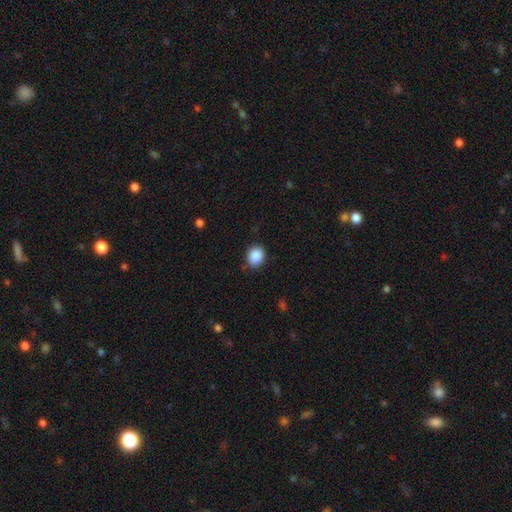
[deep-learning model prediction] Overall: smooth (88%). How rounded: round (65%; in between 34%). Merging: none (83%).